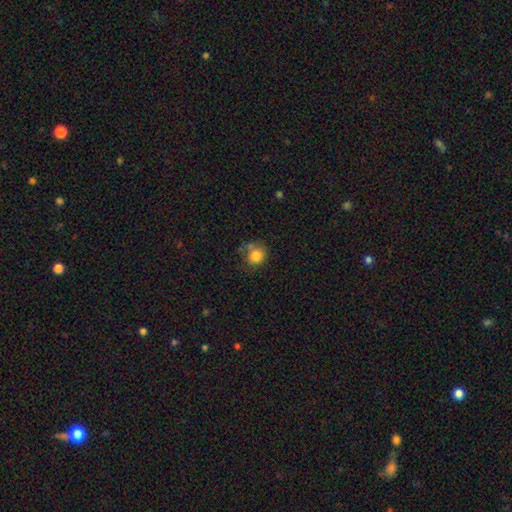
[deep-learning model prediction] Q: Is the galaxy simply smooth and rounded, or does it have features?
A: smooth — 82%.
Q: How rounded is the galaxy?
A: round — 83%.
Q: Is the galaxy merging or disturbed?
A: none — 55%.